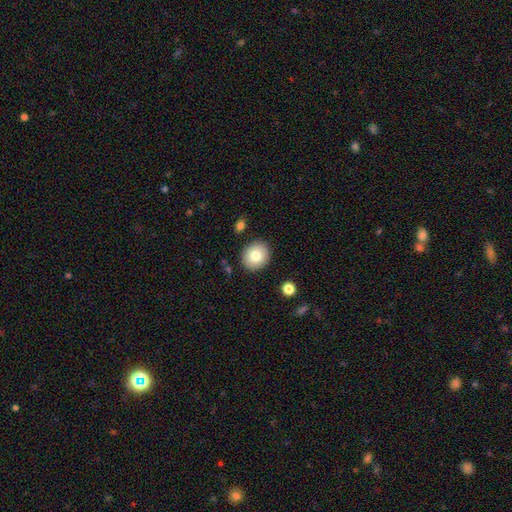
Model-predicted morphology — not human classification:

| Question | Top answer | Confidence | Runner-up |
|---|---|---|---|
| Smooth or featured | smooth | 81% | featured or disk (11%) |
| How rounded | round | 69% | in between (30%) |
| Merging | none | 88% | minor disturbance (8%) |